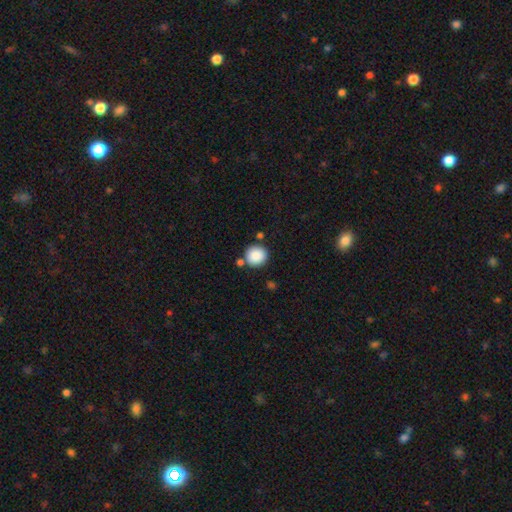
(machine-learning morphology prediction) Smooth or featured: smooth — 87% (star or artifact — 8%)
How rounded: round — 92% (in between — 7%)
Merging: none — 78% (merger — 10%)